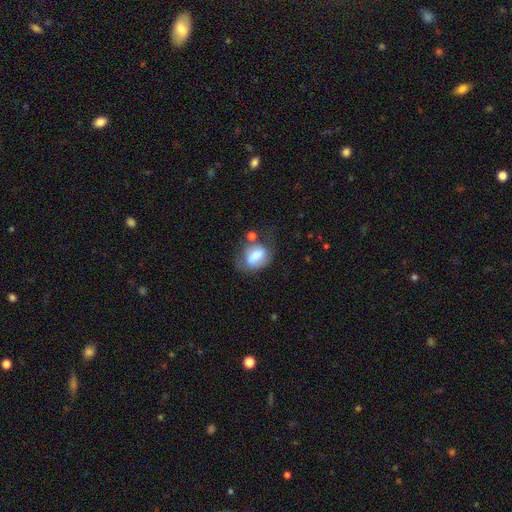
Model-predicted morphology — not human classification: smooth_or_featured: smooth (p=0.67) [alt: featured or disk p=0.25]
how_rounded: in between (p=0.67) [alt: round p=0.31]
merging: none (p=0.43) [alt: minor disturbance p=0.27]